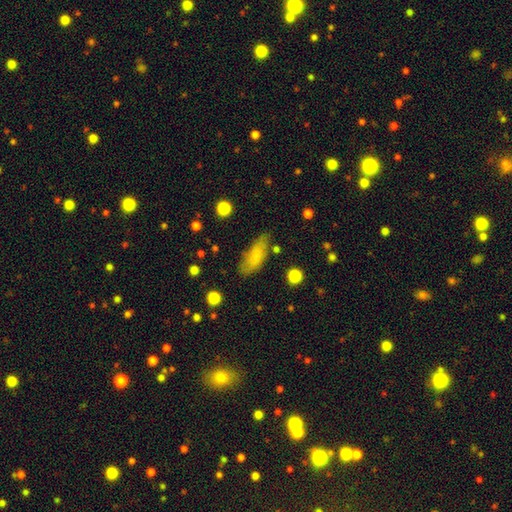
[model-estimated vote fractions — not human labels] Smooth or featured: smooth — 75% (featured or disk — 18%)
How rounded: in between — 77% (cigar-shaped — 20%)
Merging: none — 68% (minor disturbance — 22%)